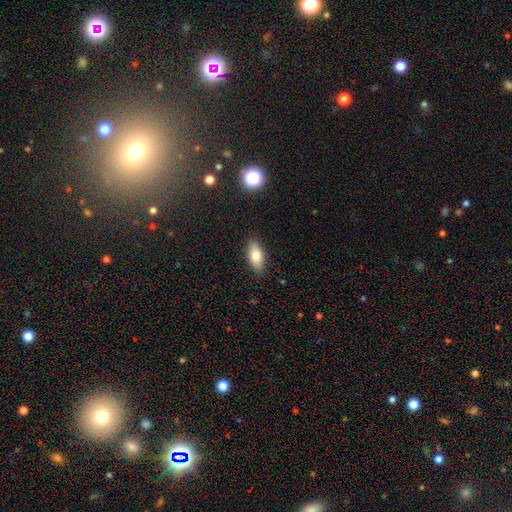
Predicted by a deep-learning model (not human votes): This appears to be a smooth galaxy with no disk features (79%) that is in between round and cigar-shaped (86%). Merging: none (86%).